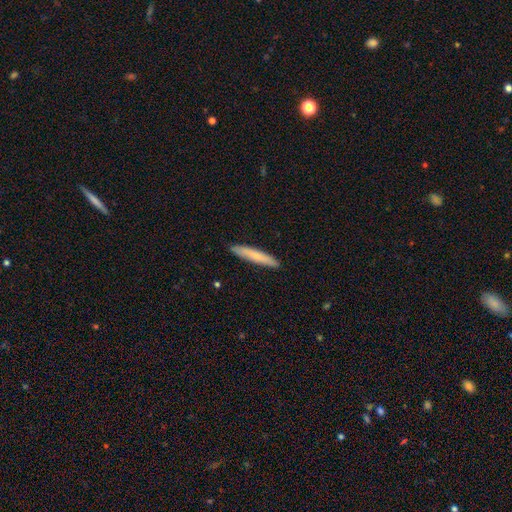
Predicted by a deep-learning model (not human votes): The model was most divided on "smooth or featured": smooth: 71%, featured or disk: 24%, star or artifact: 5%. More confident: how rounded — cigar-shaped (93%); merging — none (91%).